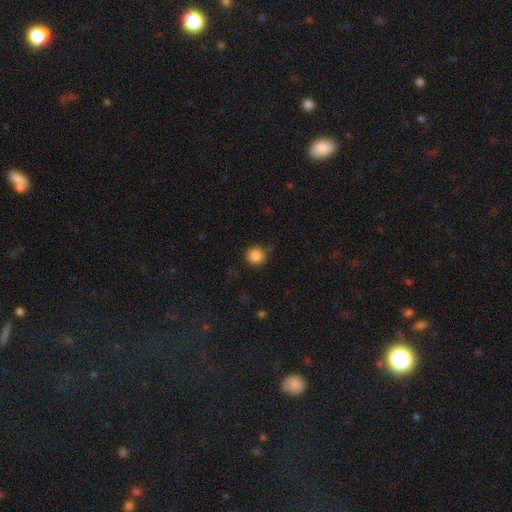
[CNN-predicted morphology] Overall: smooth (86%). How rounded: round (91%). Merging: none (83%).